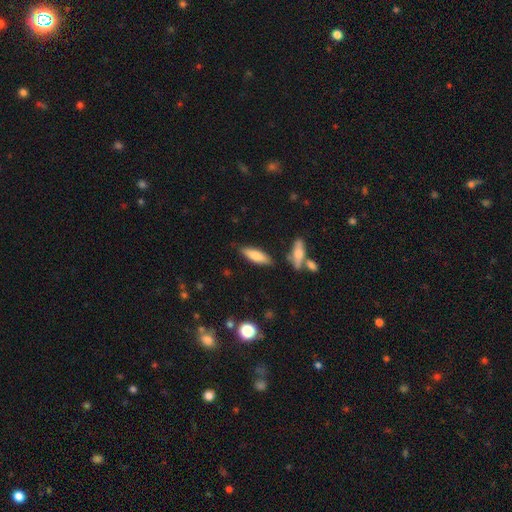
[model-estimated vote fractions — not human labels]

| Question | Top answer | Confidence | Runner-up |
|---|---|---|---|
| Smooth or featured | smooth | 75% | featured or disk (19%) |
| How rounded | cigar-shaped | 51% | in between (47%) |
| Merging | none | 78% | minor disturbance (13%) |